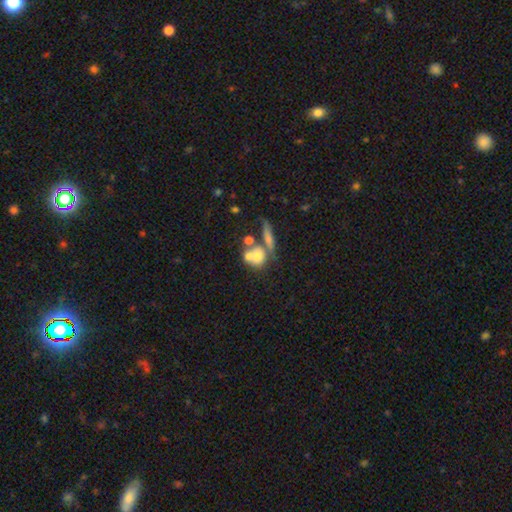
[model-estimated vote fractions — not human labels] This is likely a smooth galaxy (62%). How rounded: likely round (65%). Merging: possibly merger (50%).